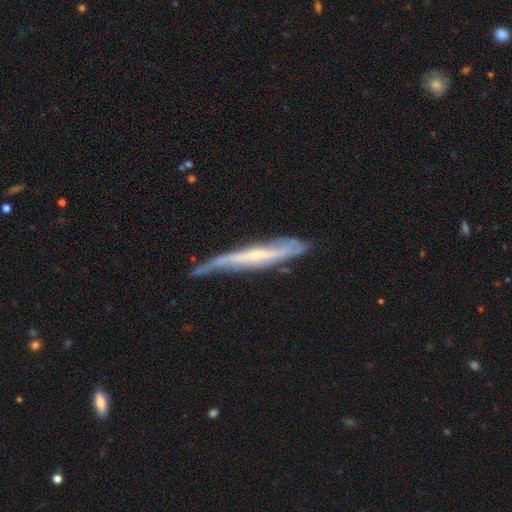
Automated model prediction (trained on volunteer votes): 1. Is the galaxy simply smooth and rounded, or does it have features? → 75% featured or disk, 19% smooth, 6% star or artifact.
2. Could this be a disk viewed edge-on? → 66% yes, 34% no.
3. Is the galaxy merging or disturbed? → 55% none, 31% minor disturbance, 11% major disturbance, 3% merger.